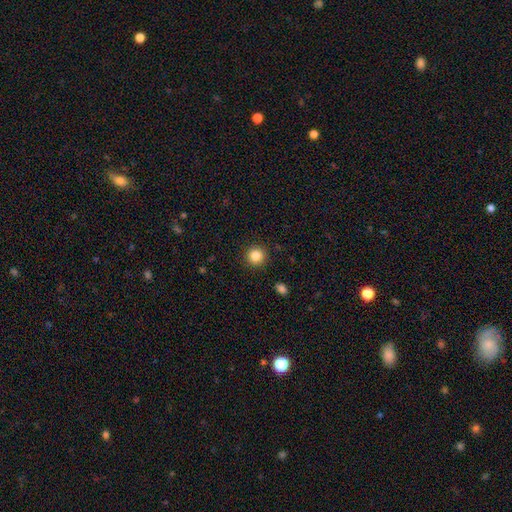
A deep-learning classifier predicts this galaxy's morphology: smooth 85%, star or artifact 10%, featured or disk 4%. Down the decision tree: how rounded — round (94%); merging — none (91%).